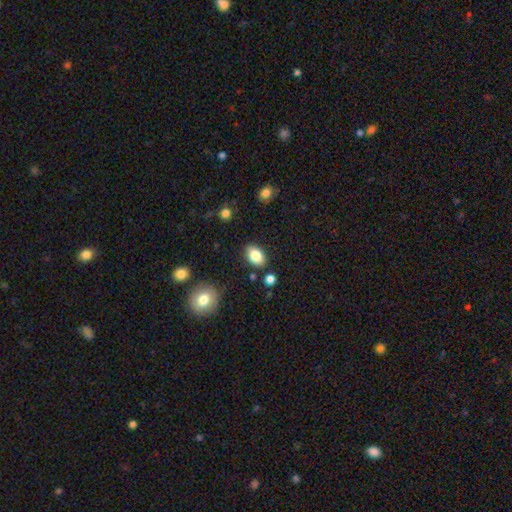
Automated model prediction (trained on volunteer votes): smooth-or-featured: smooth: 84% | star or artifact: 8% | featured or disk: 8%
  how-rounded: in between: 87% | round: 11% | cigar-shaped: 1%
  merging: none: 85% | minor disturbance: 10% | merger: 3% | major disturbance: 2%